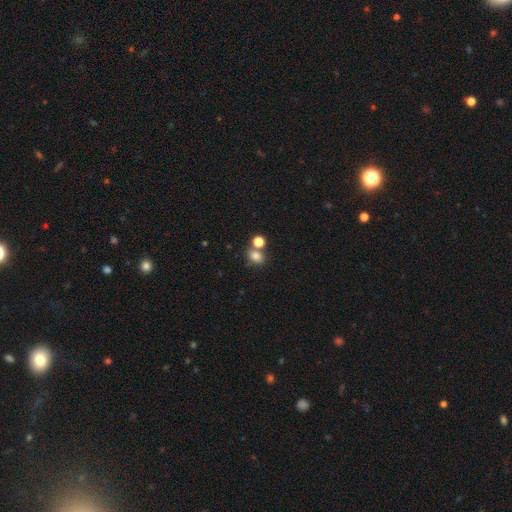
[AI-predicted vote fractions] Morphology: type=smooth (79%); roundness=round (58%); merging=none (59%).